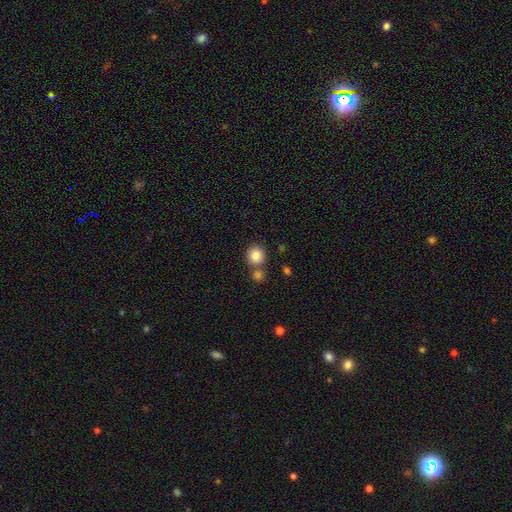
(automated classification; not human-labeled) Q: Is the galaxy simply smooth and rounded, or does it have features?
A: smooth — 85%.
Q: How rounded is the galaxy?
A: round — 89%.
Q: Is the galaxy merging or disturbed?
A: none — 67%.